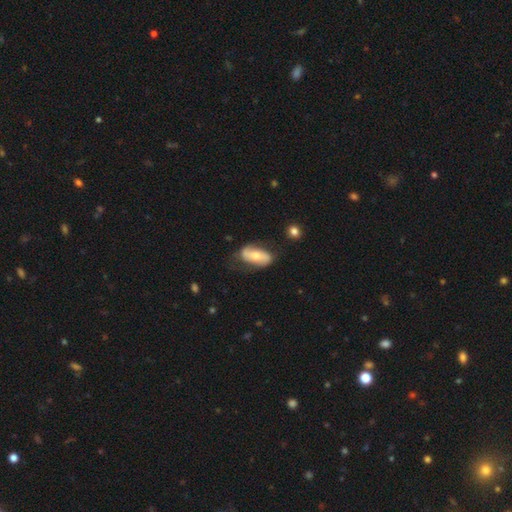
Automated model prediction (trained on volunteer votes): Smooth or featured? featured or disk (51%)
Edge-on disk? no (88%)
Merging? none (61%)